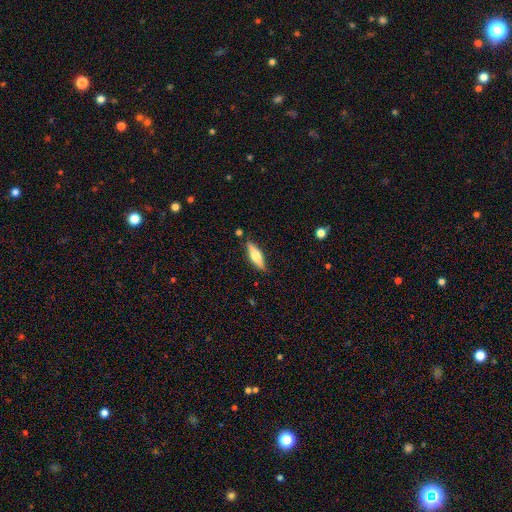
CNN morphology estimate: Smooth or featured? Predicted: smooth (p=0.54). How rounded? Predicted: cigar-shaped (p=0.54). Merging? Predicted: none (p=0.84).